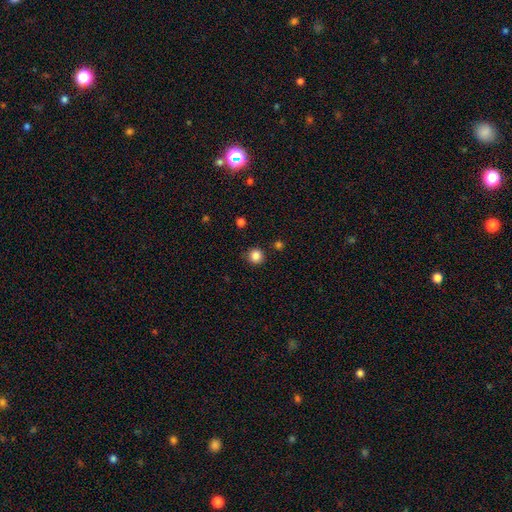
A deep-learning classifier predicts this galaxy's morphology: type=smooth (85%); roundness=round (94%); merging=none (88%).